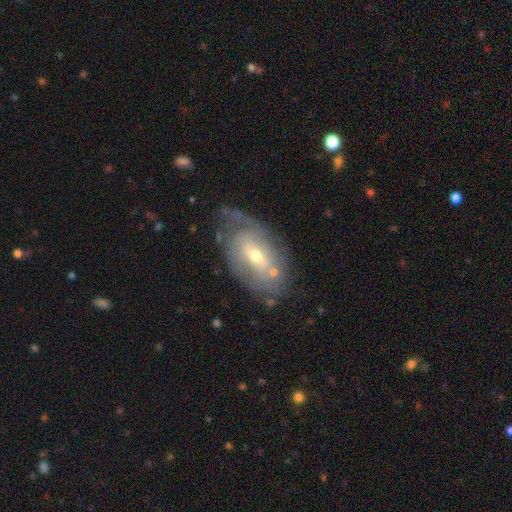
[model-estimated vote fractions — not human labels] Q: Smooth or featured?
A: featured or disk (71%); runner-up: smooth (22%)
Q: Edge-on disk?
A: no (92%); runner-up: yes (8%)
Q: Bar?
A: no (51%); runner-up: weak (38%)
Q: Spiral arms?
A: yes (73%); runner-up: no (27%)
Q: Bulge size?
A: moderate (48%); tied with: small (48%)
Q: Merging?
A: none (56%); runner-up: minor disturbance (26%)